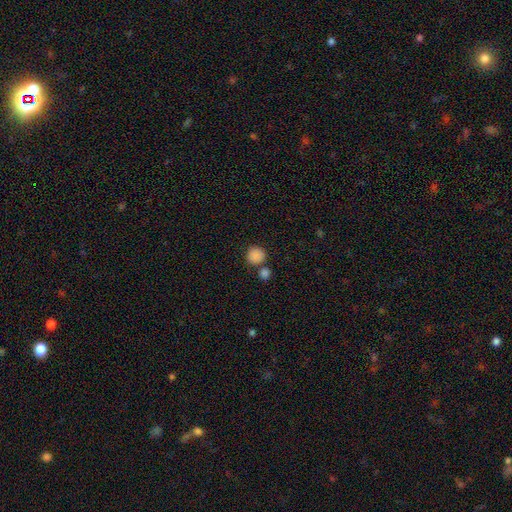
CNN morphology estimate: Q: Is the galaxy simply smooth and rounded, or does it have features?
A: smooth — 87%.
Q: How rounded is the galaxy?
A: round — 90%.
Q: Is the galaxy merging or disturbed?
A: none — 67%.